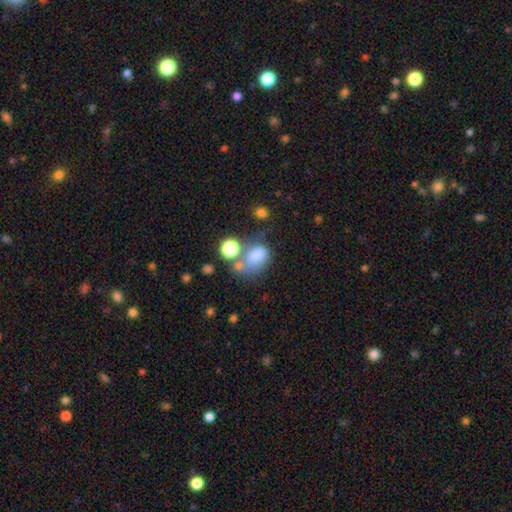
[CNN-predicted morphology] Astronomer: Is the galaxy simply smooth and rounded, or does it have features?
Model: smooth — 70%.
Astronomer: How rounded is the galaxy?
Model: in between — 64%.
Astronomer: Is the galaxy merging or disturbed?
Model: none — 33% (runner-up: merger, 26%).